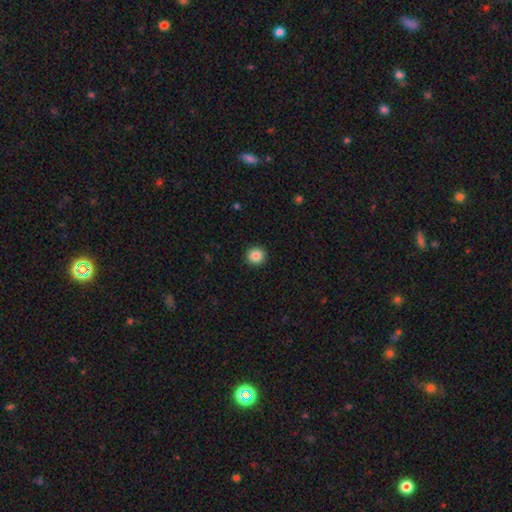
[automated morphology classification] Smooth or featured: smooth — 86% (star or artifact — 9%)
How rounded: round — 94% (in between — 5%)
Merging: none — 93% (minor disturbance — 4%)